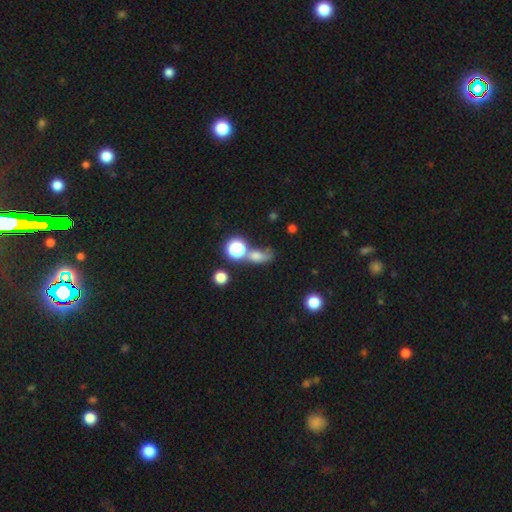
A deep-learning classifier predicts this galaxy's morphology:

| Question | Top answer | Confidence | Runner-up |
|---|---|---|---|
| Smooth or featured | smooth | 61% | star or artifact (23%) |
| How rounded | in between | 50% | round (41%) |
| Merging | none | 34% | merger (32%) |